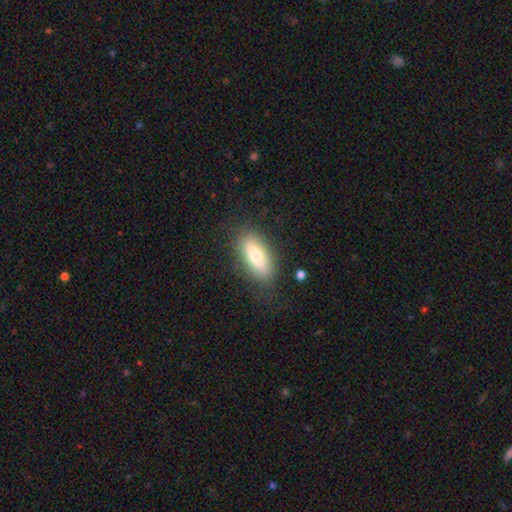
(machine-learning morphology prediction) A smooth galaxy with no disk features (69%) that is in between round and cigar-shaped (72%). Merging: none (83%).